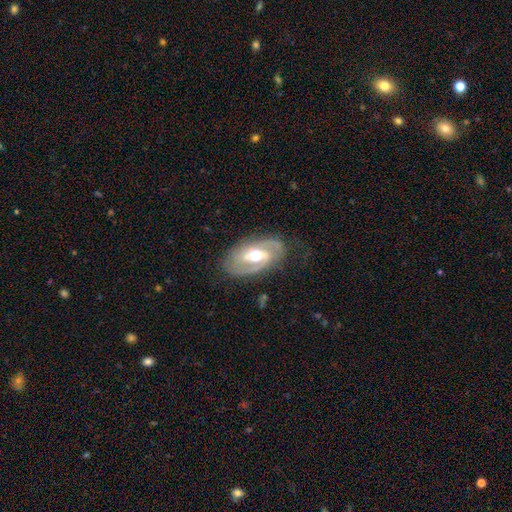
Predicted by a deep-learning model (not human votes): This is clearly a featured or disk galaxy (84%). It is clearly not viewed edge-on (95%). Bar: marginally weak (44%). Spiral arm pattern: clearly yes (89%). Spiral arm count: likely 2 (79%). Spiral winding: marginally medium (45%). Central bulge: likely moderate (73%). Merging: likely none (72%).